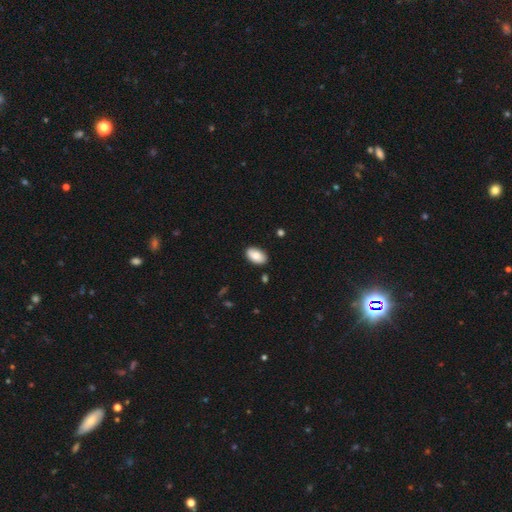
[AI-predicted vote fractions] The model was most divided on "smooth or featured": smooth: 84%, featured or disk: 10%, star or artifact: 7%. More confident: how rounded — in between (94%); merging — none (86%).